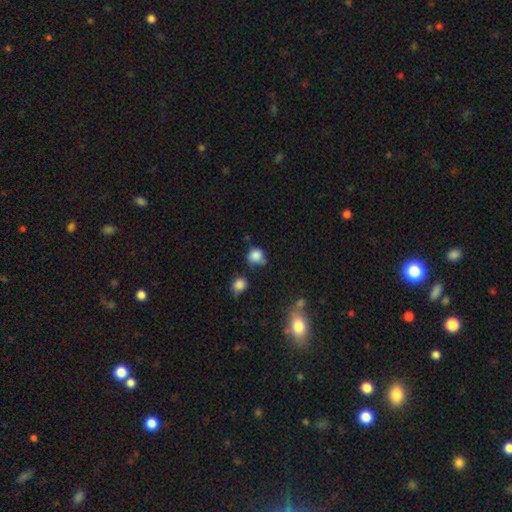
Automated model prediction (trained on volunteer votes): The model was most divided on "merging": none: 57%, minor disturbance: 24%, merger: 11%, major disturbance: 7%. More confident: smooth or featured — smooth (83%); how rounded — round (80%).